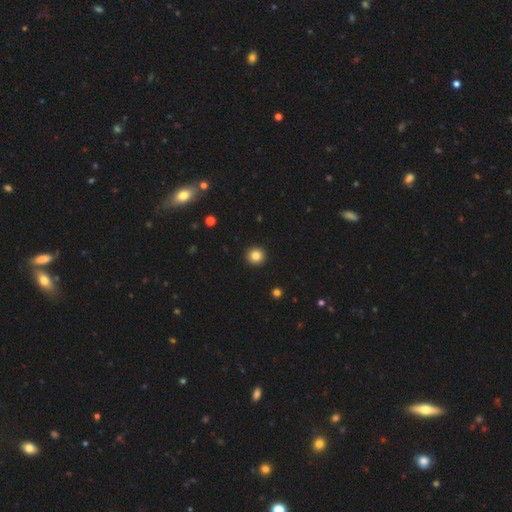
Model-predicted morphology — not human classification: Overall: smooth (84%). How rounded: round (94%). Merging: none (94%).